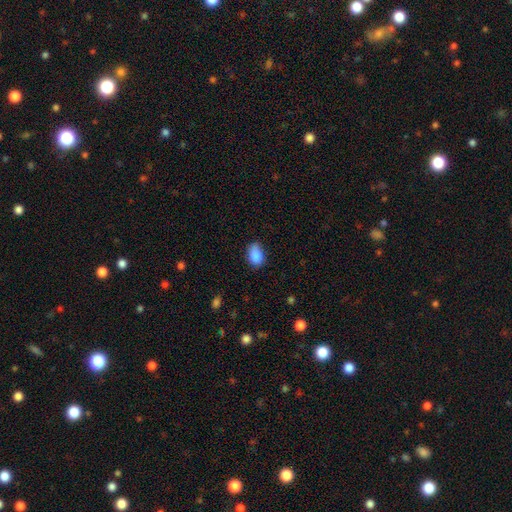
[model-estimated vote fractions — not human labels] smooth 86%, star or artifact 8%, featured or disk 6%. Down the decision tree: how rounded — in between (79%); merging — none (66%).